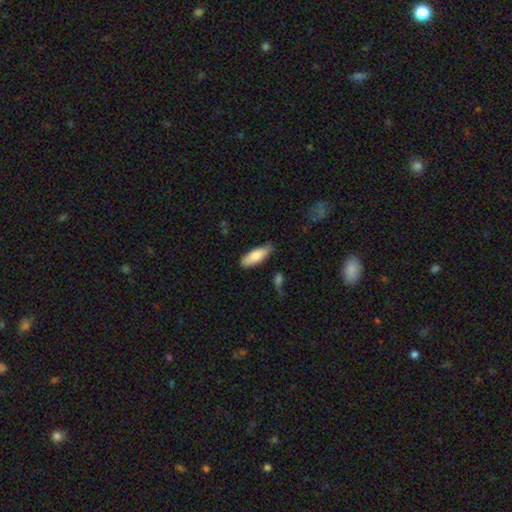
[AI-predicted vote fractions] Q: Smooth or featured?
A: smooth (79%); runner-up: featured or disk (15%)
Q: How rounded?
A: in between (65%); runner-up: cigar-shaped (33%)
Q: Merging?
A: none (77%); runner-up: minor disturbance (17%)